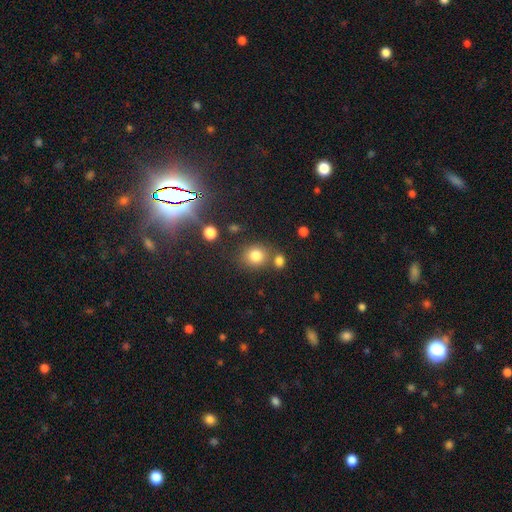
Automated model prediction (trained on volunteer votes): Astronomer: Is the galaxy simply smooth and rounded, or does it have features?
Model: smooth — 80%.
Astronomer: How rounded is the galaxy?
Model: round — 76%.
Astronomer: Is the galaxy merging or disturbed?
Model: none — 69%.